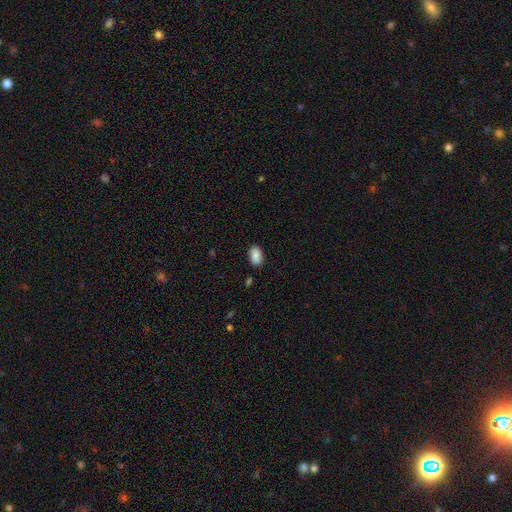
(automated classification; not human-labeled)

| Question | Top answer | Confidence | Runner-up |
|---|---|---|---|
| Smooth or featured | smooth | 87% | star or artifact (7%) |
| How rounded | in between | 90% | round (9%) |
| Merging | none | 85% | minor disturbance (11%) |